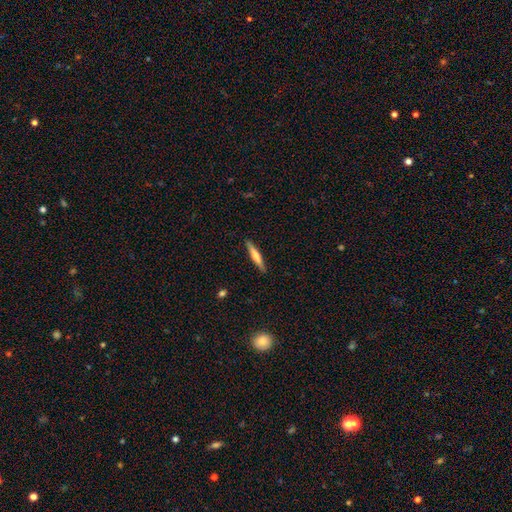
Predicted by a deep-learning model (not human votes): Smooth or featured: smooth — 57% (featured or disk — 37%)
How rounded: cigar-shaped — 91% (in between — 7%)
Merging: none — 89% (minor disturbance — 8%)